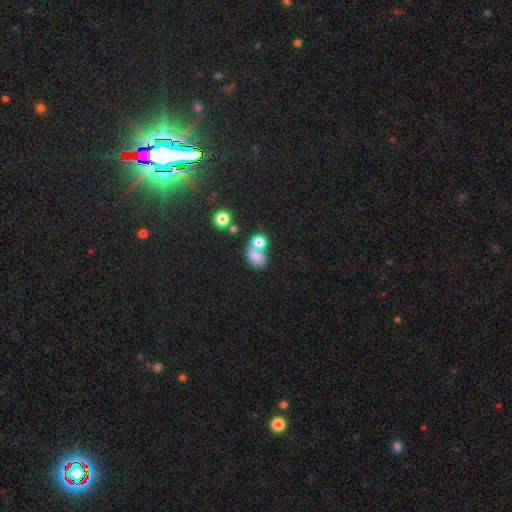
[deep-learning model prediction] Smooth or featured? Predicted: smooth (p=0.77). How rounded? Predicted: in between (p=0.69). Merging? Predicted: merger (p=0.50).